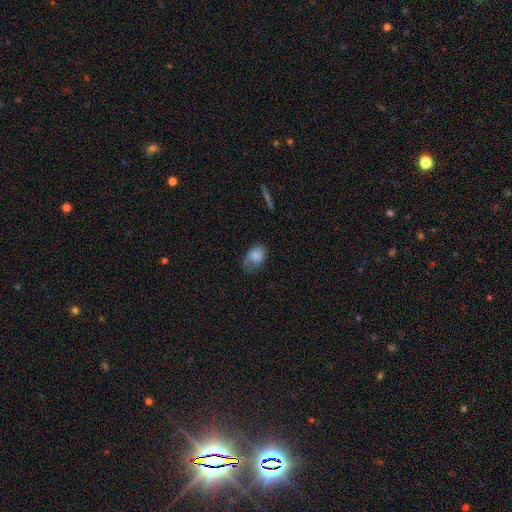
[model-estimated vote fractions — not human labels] This appears to be a smooth galaxy with no disk features (77%) that is in between round and cigar-shaped (81%). Merging: none (40%).